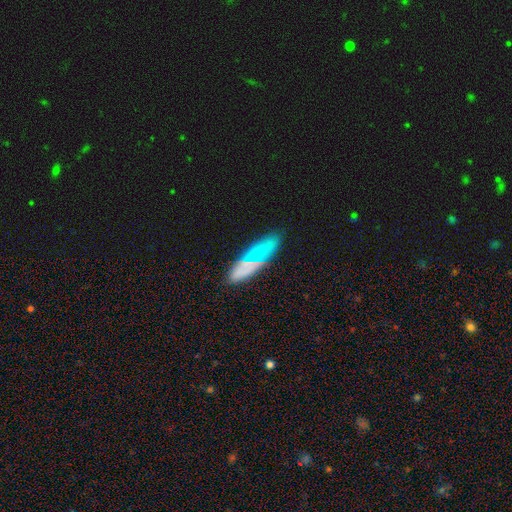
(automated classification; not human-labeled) Q: Smooth or featured?
A: smooth (59%); runner-up: featured or disk (27%)
Q: How rounded?
A: cigar-shaped (55%); runner-up: in between (41%)
Q: Merging?
A: none (77%); runner-up: minor disturbance (15%)